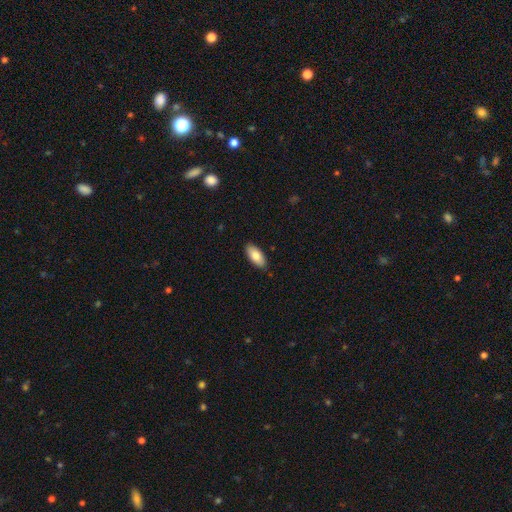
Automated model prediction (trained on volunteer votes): This appears to be a smooth galaxy with no disk features (79%) that is in between round and cigar-shaped (91%). Merging: none (89%).